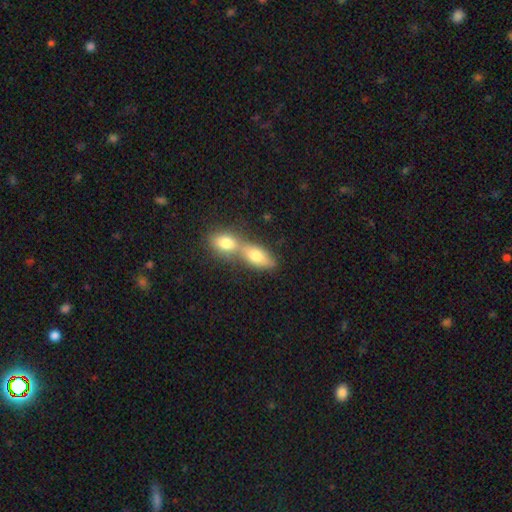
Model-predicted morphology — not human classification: This appears to be a smooth galaxy with no disk features (75%) that is in between round and cigar-shaped (81%). Merging: merger (62%).